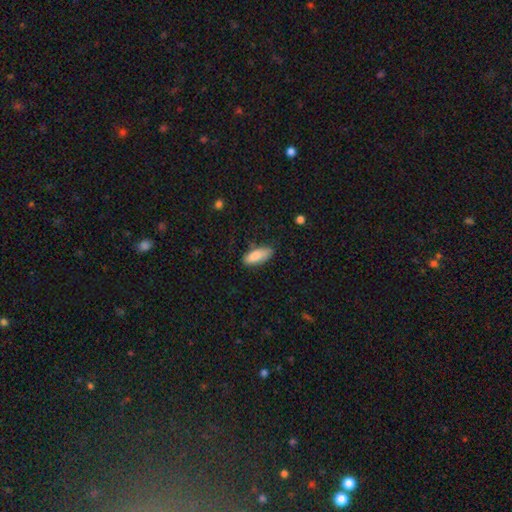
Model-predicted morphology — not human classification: Overall: smooth (85%). How rounded: in between (78%). Merging: none (70%).